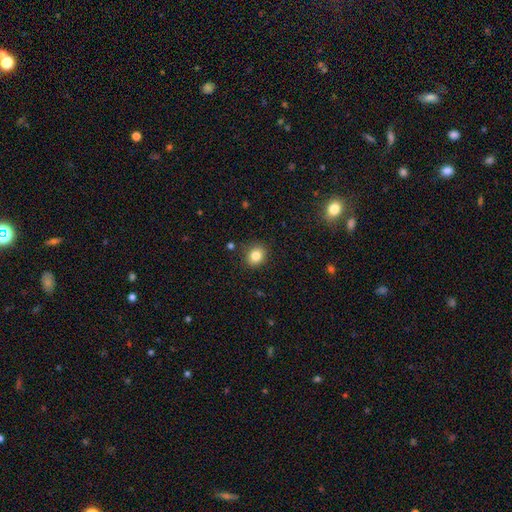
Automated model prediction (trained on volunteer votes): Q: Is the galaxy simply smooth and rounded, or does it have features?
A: smooth — 83%.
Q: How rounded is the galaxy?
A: round — 66%.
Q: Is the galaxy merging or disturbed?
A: none — 86%.